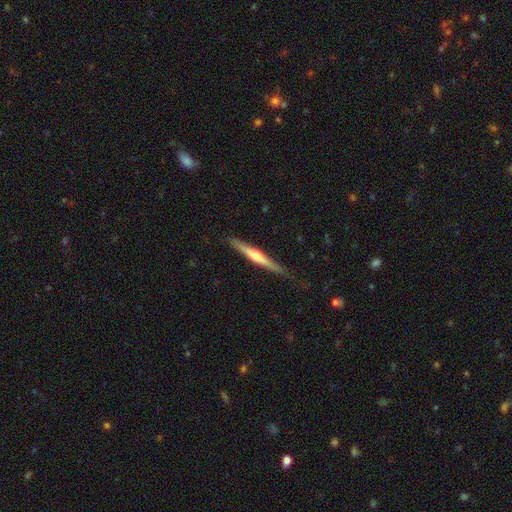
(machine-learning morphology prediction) This is likely a featured or disk galaxy (67%). It is clearly viewed edge-on (97%). Edge-on bulge: clearly rounded (85%). Merging: clearly none (85%).